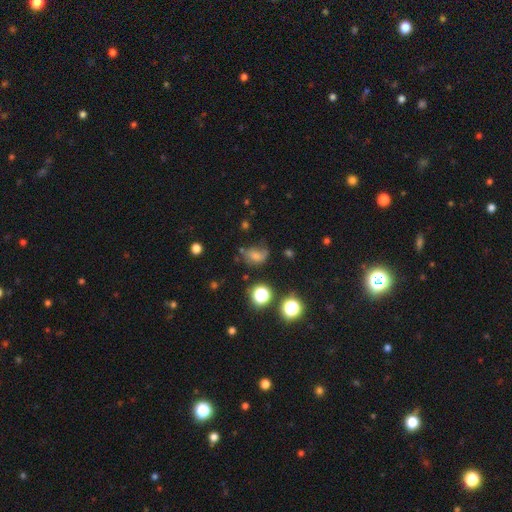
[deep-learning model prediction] A smooth galaxy with no disk features (61%) that is in between round and cigar-shaped (63%).

Vote fractions:
- Smooth or featured? smooth: 61% / star or artifact: 21% / featured or disk: 18%
- How rounded? in between: 63% / round: 36% / cigar-shaped: 2%
- Merging? none: 45% / minor disturbance: 30% / major disturbance: 19% / merger: 6%